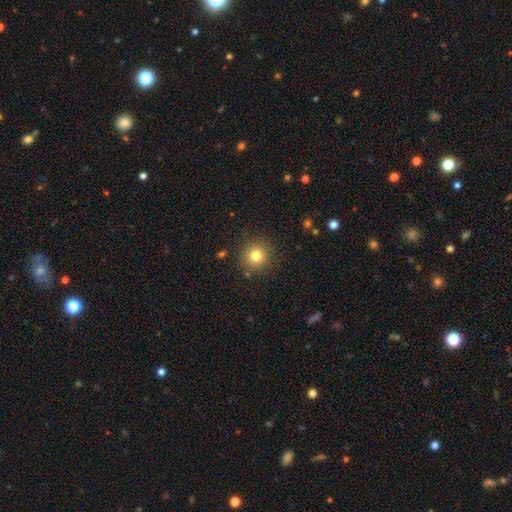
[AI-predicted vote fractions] Smooth or featured? smooth (79%)
How rounded? round (93%)
Merging? none (88%)